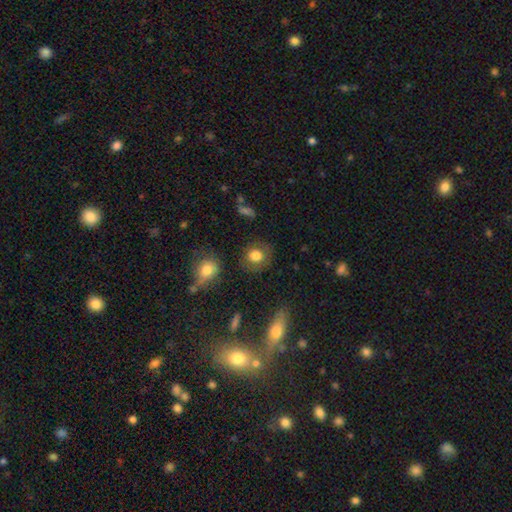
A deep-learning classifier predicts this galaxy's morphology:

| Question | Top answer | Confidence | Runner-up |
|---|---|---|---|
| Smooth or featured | smooth | 77% | featured or disk (13%) |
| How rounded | round | 78% | in between (20%) |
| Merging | none | 77% | minor disturbance (14%) |